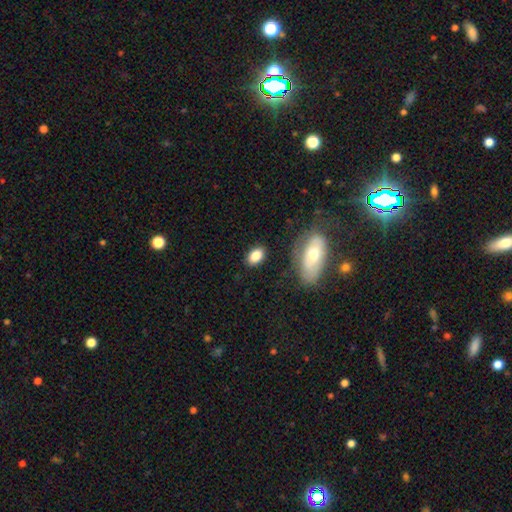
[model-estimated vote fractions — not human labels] Smooth or featured: smooth — 85% (star or artifact — 8%)
How rounded: in between — 87% (round — 11%)
Merging: none — 83% (minor disturbance — 10%)